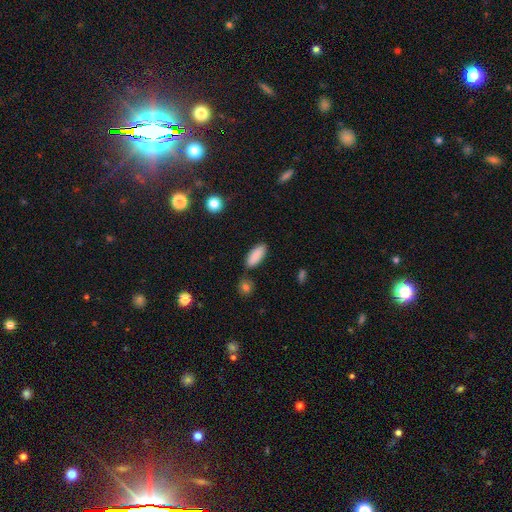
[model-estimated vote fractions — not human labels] smooth-or-featured: smooth: 89% | star or artifact: 7% | featured or disk: 5%
  how-rounded: in between: 78% | cigar-shaped: 20% | round: 2%
  merging: none: 83% | minor disturbance: 10% | merger: 4% | major disturbance: 2%